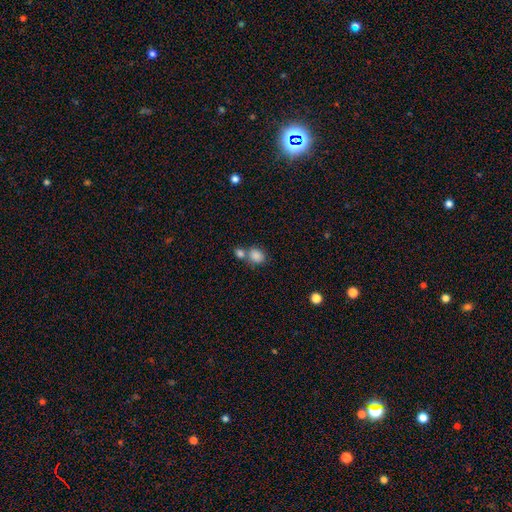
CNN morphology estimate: smooth_or_featured: smooth (p=0.85) [alt: star or artifact p=0.09]
how_rounded: round (p=0.57) [alt: in between p=0.42]
merging: none (p=0.43) [tied with: merger p=0.43]